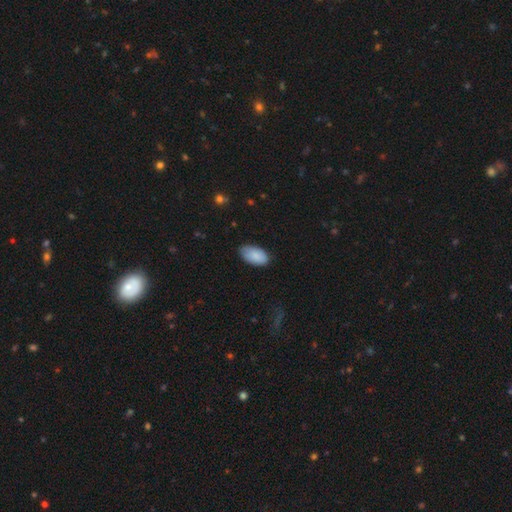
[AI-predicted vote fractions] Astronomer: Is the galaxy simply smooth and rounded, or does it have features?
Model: smooth — 89%.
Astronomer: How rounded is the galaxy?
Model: in between — 96%.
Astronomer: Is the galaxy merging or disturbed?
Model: none — 80%.